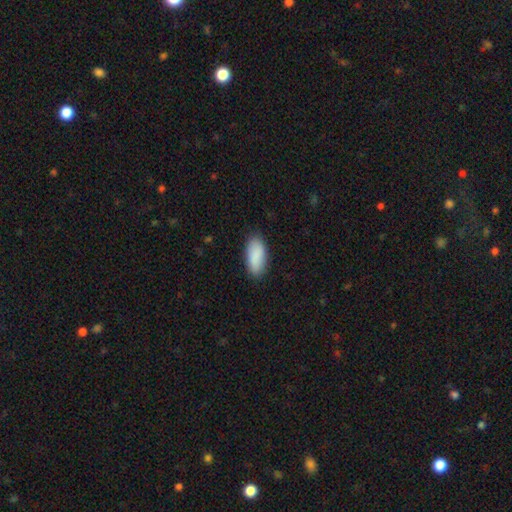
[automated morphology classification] Smooth or featured?
  - smooth: 90% *
  - star or artifact: 6%
  - featured or disk: 5%
How rounded?
  - in between: 89% *
  - cigar-shaped: 9%
  - round: 2%
Merging?
  - none: 86% *
  - minor disturbance: 11%
  - major disturbance: 2%
  - merger: 1%